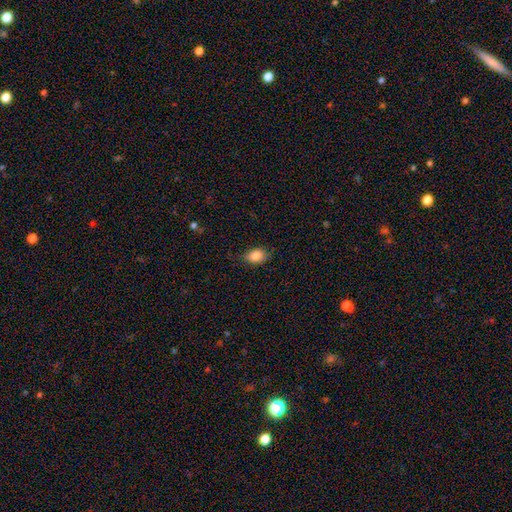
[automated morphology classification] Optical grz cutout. It shows a smooth galaxy with no disk features (85%) that is in between round and cigar-shaped (78%). Merging: none (76%).